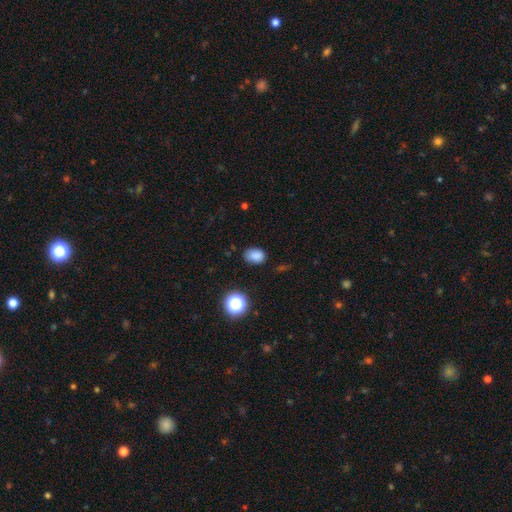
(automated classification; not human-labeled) Smooth or featured? Predicted: smooth (p=0.82). How rounded? Predicted: in between (p=0.73). Merging? Predicted: none (p=0.78).